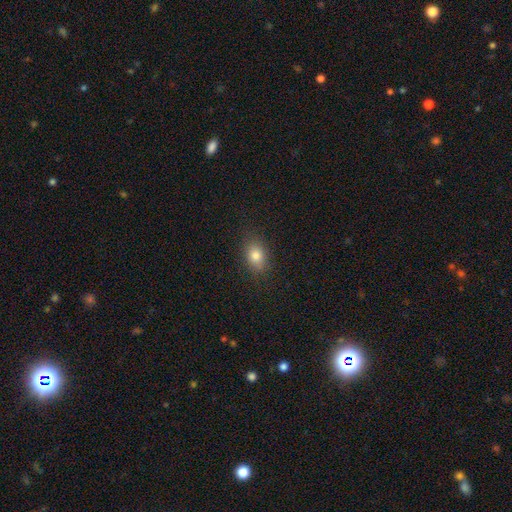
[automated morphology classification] smooth-or-featured: smooth: 81% | star or artifact: 11% | featured or disk: 9%
  how-rounded: in between: 71% | round: 27% | cigar-shaped: 2%
  merging: none: 84% | minor disturbance: 12% | major disturbance: 3% | merger: 1%